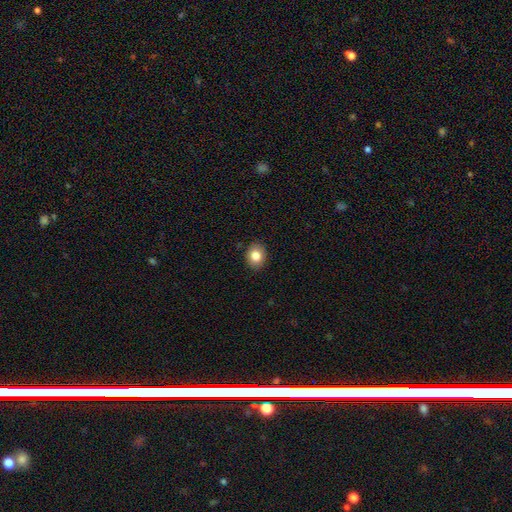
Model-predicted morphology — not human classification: Smooth or featured?
  - smooth: 82% *
  - star or artifact: 9%
  - featured or disk: 9%
How rounded?
  - round: 51% *
  - in between: 48%
  - cigar-shaped: 1%
Merging?
  - none: 89% *
  - minor disturbance: 8%
  - major disturbance: 2%
  - merger: 1%